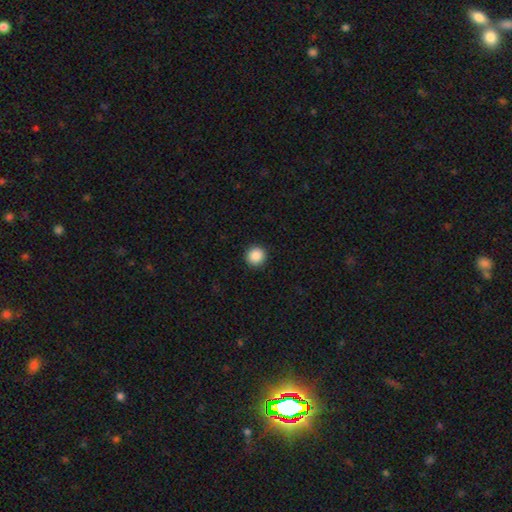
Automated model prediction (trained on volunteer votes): A smooth galaxy with no disk features (89%) that is round (95%). Merging: none (93%).